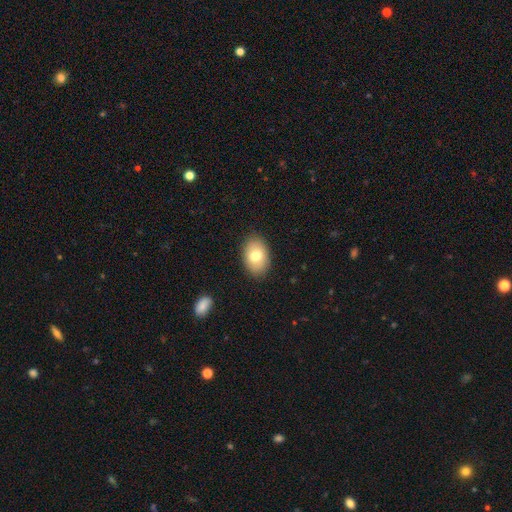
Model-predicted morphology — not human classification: The model was most divided on "smooth or featured": smooth: 76%, featured or disk: 16%, star or artifact: 7%. More confident: merging — none (87%); how rounded — in between (85%).